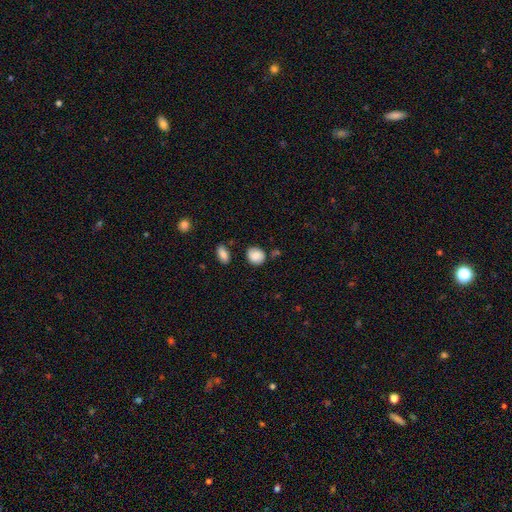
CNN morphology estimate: type=smooth (83%); roundness=round (68%); merging=none (71%).